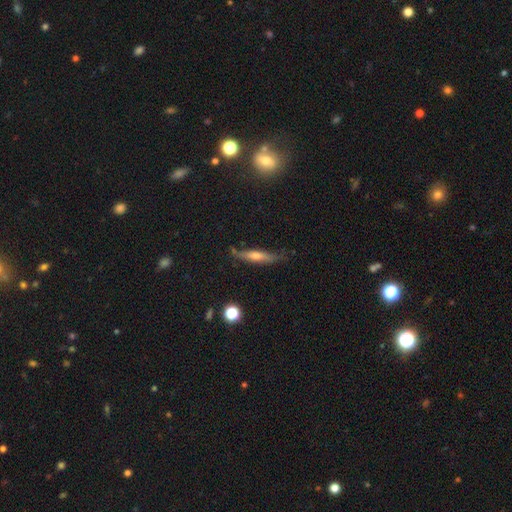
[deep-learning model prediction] Q: Smooth or featured?
A: featured or disk (49%); runner-up: smooth (42%)
Q: Merging?
A: none (75%); runner-up: minor disturbance (18%)